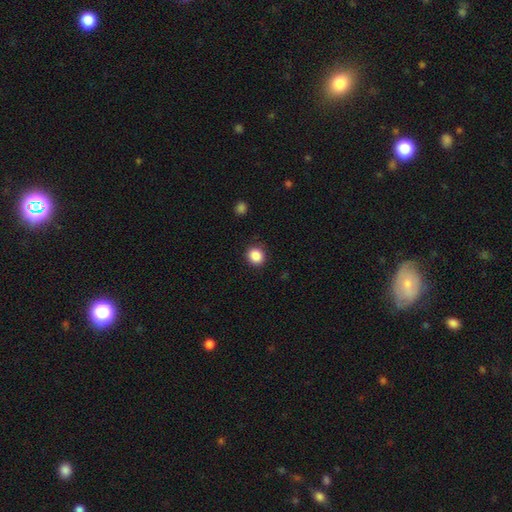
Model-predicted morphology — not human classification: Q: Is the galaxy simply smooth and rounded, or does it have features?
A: smooth — 88%.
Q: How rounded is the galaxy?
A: round — 78%.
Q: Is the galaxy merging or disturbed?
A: none — 89%.